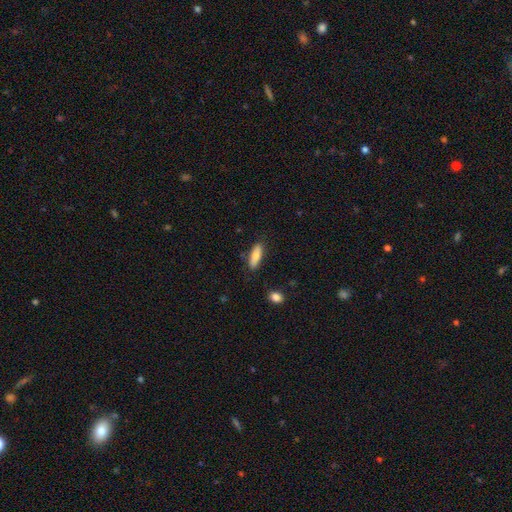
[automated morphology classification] smooth 80%, featured or disk 14%, star or artifact 6%. Down the decision tree: how rounded — in between (51%); merging — none (84%).